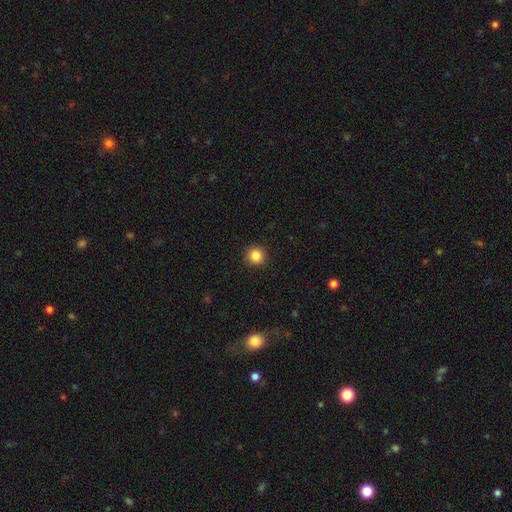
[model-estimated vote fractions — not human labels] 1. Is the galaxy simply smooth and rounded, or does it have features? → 86% smooth, 10% star or artifact, 4% featured or disk.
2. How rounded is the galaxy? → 95% round, 4% in between, 1% cigar-shaped.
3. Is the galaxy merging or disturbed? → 93% none, 5% minor disturbance, 2% major disturbance, 1% merger.